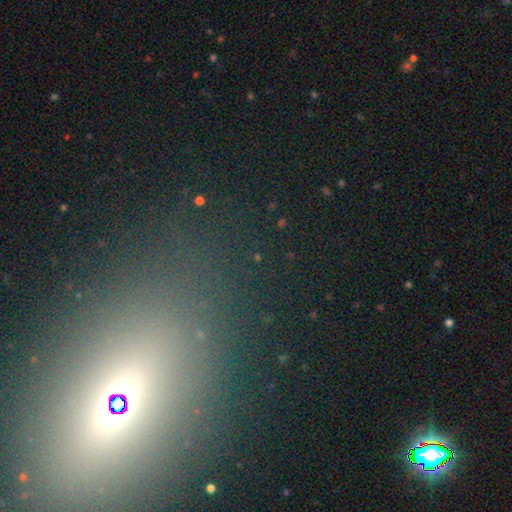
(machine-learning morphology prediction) The model was most divided on "smooth or featured": star or artifact: 61%, smooth: 25%, featured or disk: 14%.